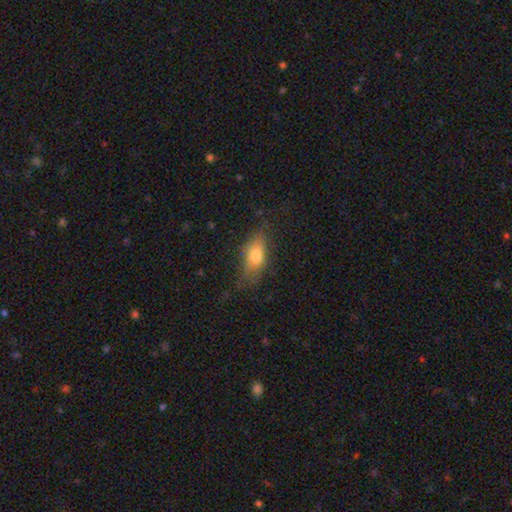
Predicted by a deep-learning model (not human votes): This is likely a smooth galaxy (68%). How rounded: likely in between (78%). Merging: likely none (67%).